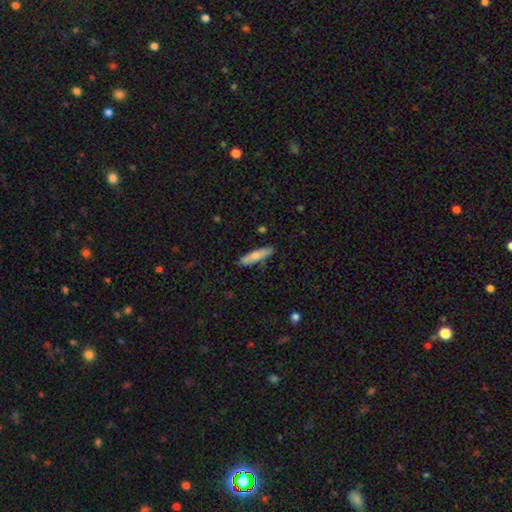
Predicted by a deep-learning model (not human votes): smooth_or_featured: smooth (p=0.73) [alt: featured or disk p=0.21]
how_rounded: cigar-shaped (p=0.78) [alt: in between p=0.20]
merging: none (p=0.82) [alt: minor disturbance p=0.14]